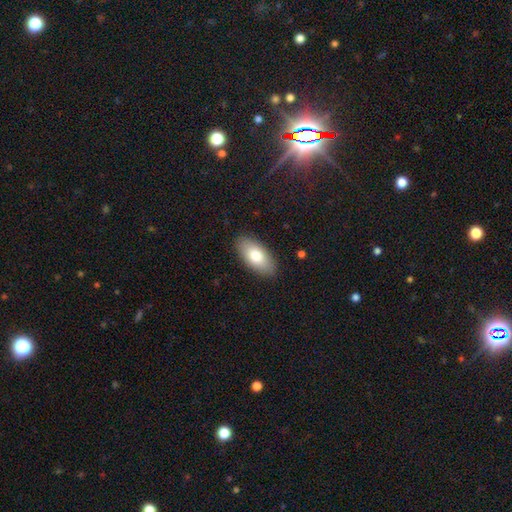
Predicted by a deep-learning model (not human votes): This is likely a smooth galaxy (77%). How rounded: clearly in between (91%). Merging: clearly none (88%).